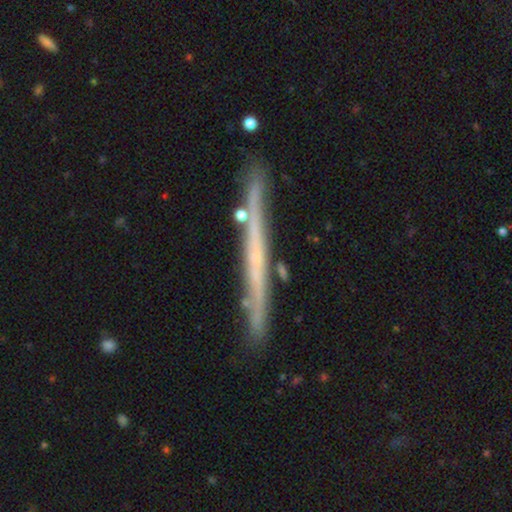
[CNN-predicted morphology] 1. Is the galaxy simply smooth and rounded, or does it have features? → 68% featured or disk, 25% smooth, 7% star or artifact.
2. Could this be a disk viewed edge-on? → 95% yes, 5% no.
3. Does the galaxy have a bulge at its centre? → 78% none, 17% rounded, 4% boxy.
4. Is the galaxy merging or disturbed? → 84% none, 11% minor disturbance, 3% merger, 2% major disturbance.